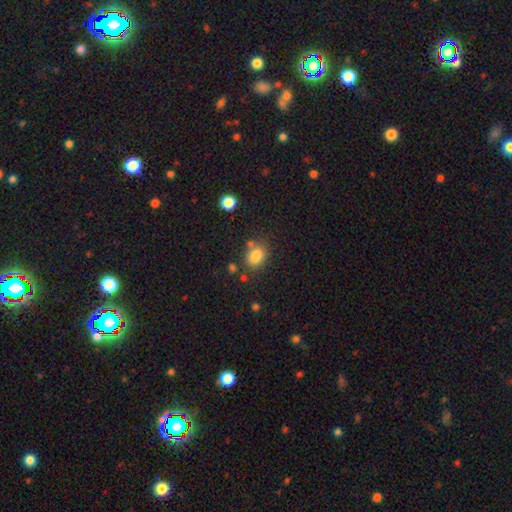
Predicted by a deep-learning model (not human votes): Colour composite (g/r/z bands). It shows a smooth galaxy with no disk features (82%) that is in between round and cigar-shaped (63%). Merging: none (68%).